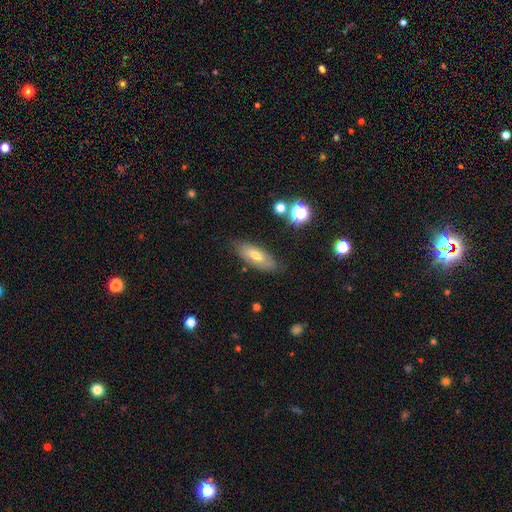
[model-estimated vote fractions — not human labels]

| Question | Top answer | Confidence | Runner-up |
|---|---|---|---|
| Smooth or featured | smooth | 59% | featured or disk (33%) |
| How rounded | in between | 79% | cigar-shaped (19%) |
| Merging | none | 78% | minor disturbance (16%) |